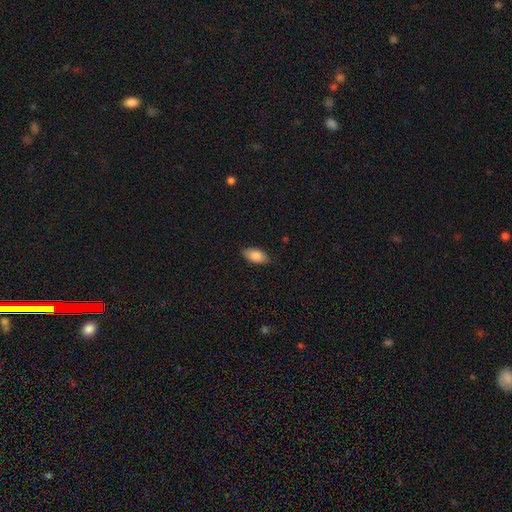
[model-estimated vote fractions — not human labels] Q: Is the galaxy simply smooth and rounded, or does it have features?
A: smooth — 82%.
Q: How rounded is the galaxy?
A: in between — 91%.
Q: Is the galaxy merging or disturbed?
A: none — 86%.